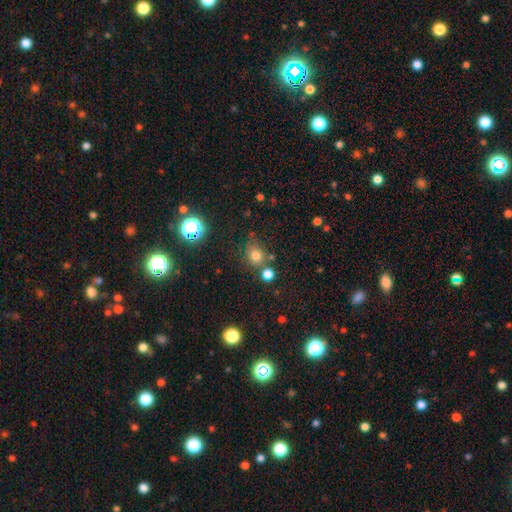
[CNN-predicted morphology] Smooth or featured? Predicted: smooth (p=0.73). How rounded? Predicted: round (p=0.76). Merging? Predicted: none (p=0.67).